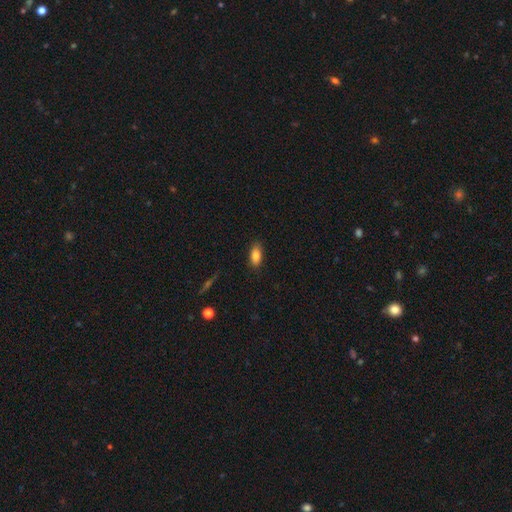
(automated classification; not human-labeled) Smooth or featured: smooth — 85% (star or artifact — 8%)
How rounded: in between — 87% (cigar-shaped — 9%)
Merging: none — 84% (minor disturbance — 12%)